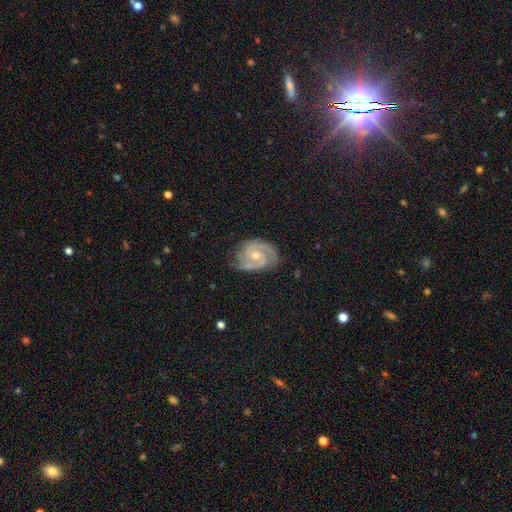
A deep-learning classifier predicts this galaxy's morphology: The model was most divided on "spiral winding": tight: 52%, medium: 41%, loose: 7%. More confident: spiral arms — yes (98%); edge-on disk — no (98%); smooth or featured — featured or disk (89%); spiral arm count — 2 (81%); merging — none (74%); bar — no (61%); bulge size — moderate (57%).